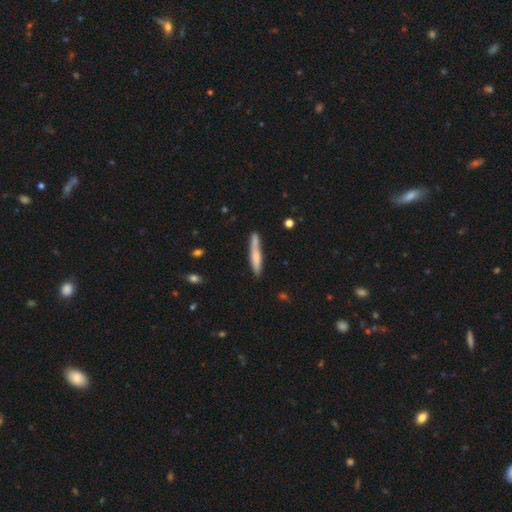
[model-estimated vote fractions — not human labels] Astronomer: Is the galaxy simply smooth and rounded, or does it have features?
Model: smooth — 63%.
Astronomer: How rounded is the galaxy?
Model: cigar-shaped — 94%.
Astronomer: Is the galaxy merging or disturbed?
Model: none — 76%.